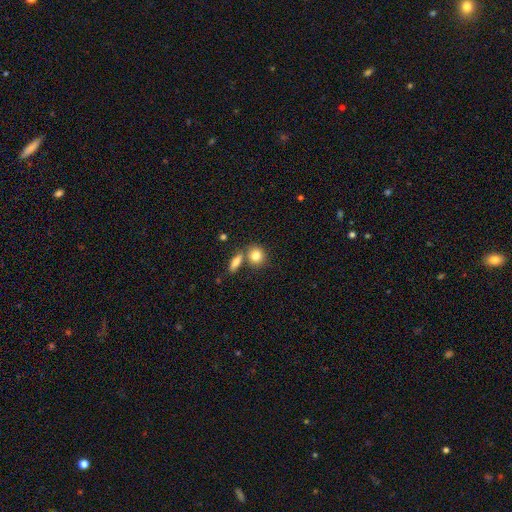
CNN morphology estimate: Smooth or featured?
  - smooth: 82% *
  - featured or disk: 9%
  - star or artifact: 9%
How rounded?
  - round: 70% *
  - in between: 28%
  - cigar-shaped: 2%
Merging?
  - none: 59% *
  - merger: 27%
  - minor disturbance: 11%
  - major disturbance: 3%